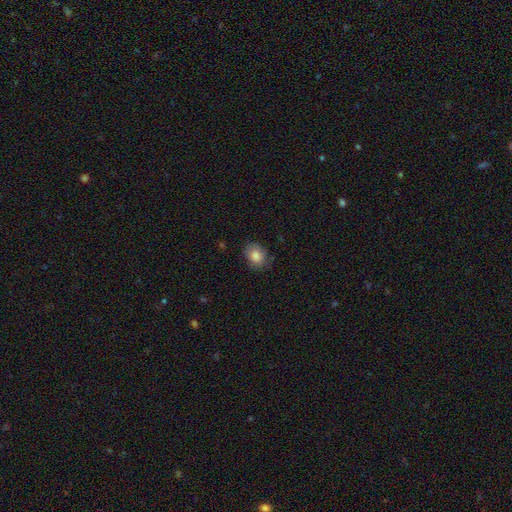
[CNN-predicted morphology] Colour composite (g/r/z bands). It shows a smooth galaxy with no disk features (85%) that is in between round and cigar-shaped (61%). Merging: none (77%).